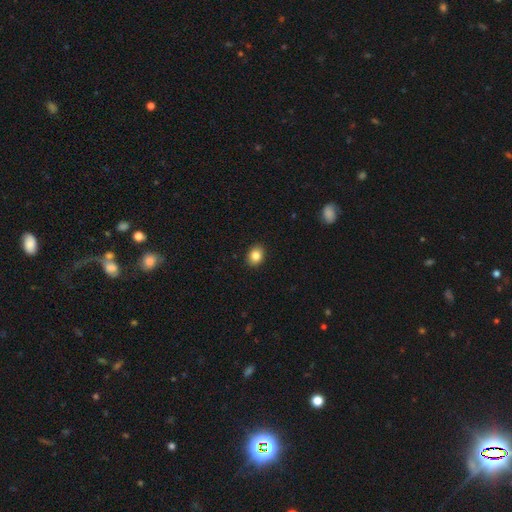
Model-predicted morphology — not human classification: smooth_or_featured: smooth (p=0.85) [alt: star or artifact p=0.09]
how_rounded: in between (p=0.57) [alt: round p=0.42]
merging: none (p=0.90) [alt: minor disturbance p=0.07]